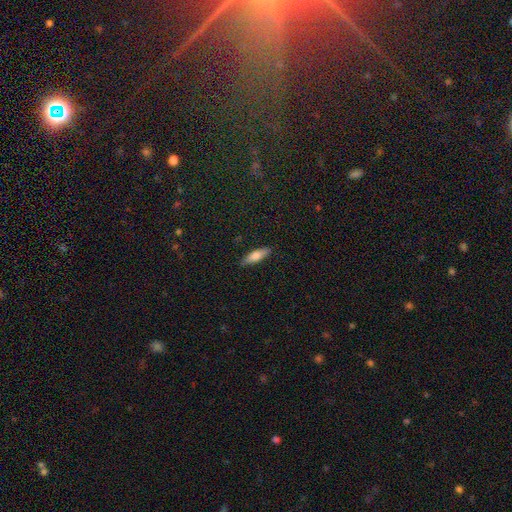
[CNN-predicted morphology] smooth-or-featured: smooth: 73% | featured or disk: 21% | star or artifact: 7%
  how-rounded: cigar-shaped: 52% | in between: 46% | round: 2%
  merging: none: 86% | minor disturbance: 11% | major disturbance: 2% | merger: 1%